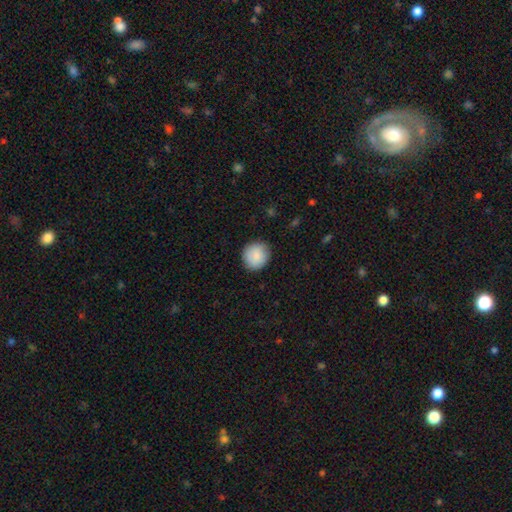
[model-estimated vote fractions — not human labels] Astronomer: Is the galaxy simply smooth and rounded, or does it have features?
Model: smooth — 87%.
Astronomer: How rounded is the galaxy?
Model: round — 90%.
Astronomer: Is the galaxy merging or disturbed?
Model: none — 87%.